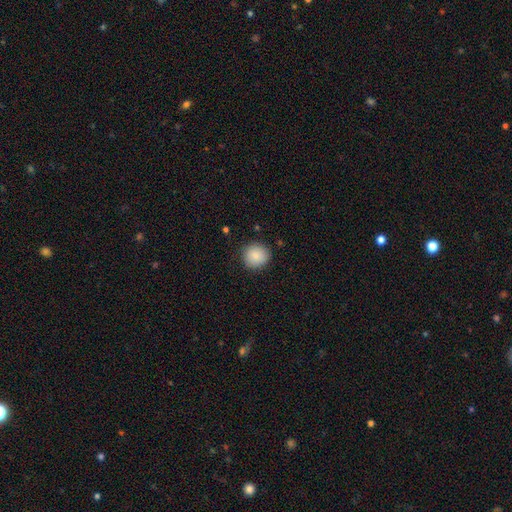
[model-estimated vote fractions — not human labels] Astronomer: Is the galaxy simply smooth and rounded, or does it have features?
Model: smooth — 85%.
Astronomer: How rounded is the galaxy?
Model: round — 91%.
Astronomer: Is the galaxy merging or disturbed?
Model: none — 87%.